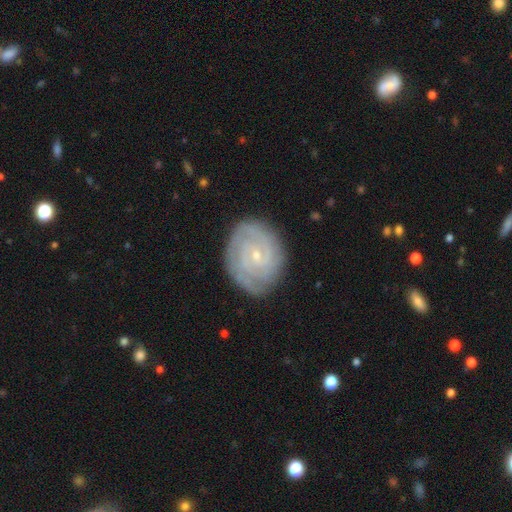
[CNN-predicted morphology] A featured or disk galaxy (82%) with no bar (59%), 2 (30%, tied with can't tell) tight (76%) spiral arms (95%) and a small central bulge (81%).

Vote fractions:
- Smooth or featured? featured or disk: 82% / smooth: 12% / star or artifact: 6%
- Edge-on disk? no: 97% / yes: 3%
- Bar? no: 59% / weak: 35% / strong: 7%
- Spiral arms? yes: 95% / no: 5%
- Spiral winding? tight: 76% / medium: 20% / loose: 4%
- Spiral arm count? 2: 30% (tied) / can't tell: 30% (tied) / 3: 19% / 4: 10% / more than 4: 6% / 1: 6%
- Bulge size? small: 81% / moderate: 15% / none: 2% / large: 1% / dominant: 1%
- Merging? none: 81% / minor disturbance: 14% / major disturbance: 3% / merger: 1%